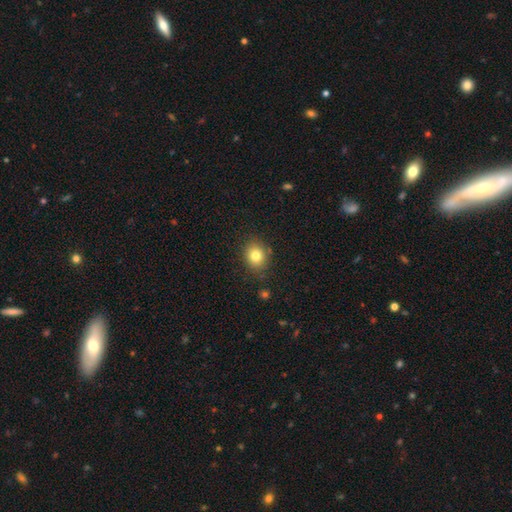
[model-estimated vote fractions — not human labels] Morphology: type=smooth (80%); roundness=round (63%); merging=none (84%).